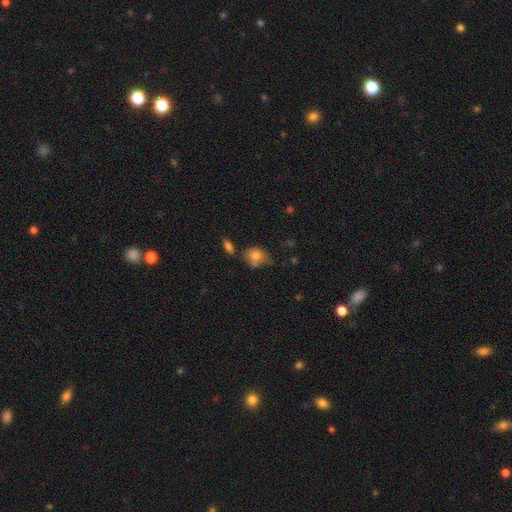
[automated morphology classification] smooth-or-featured: smooth: 76% | featured or disk: 15% | star or artifact: 9%
  how-rounded: in between: 63% | round: 35% | cigar-shaped: 1%
  merging: none: 46% | minor disturbance: 31% | merger: 12% | major disturbance: 10%